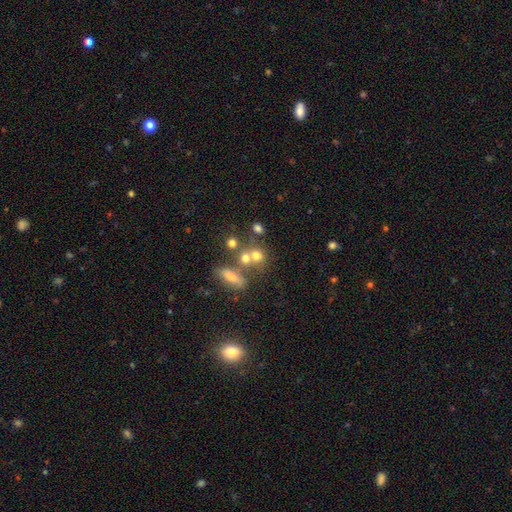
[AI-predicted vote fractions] The model was most divided on "merging": merger: 42%, none: 41%, minor disturbance: 11%, major disturbance: 6%. More confident: how rounded — round (67%); smooth or featured — smooth (66%).